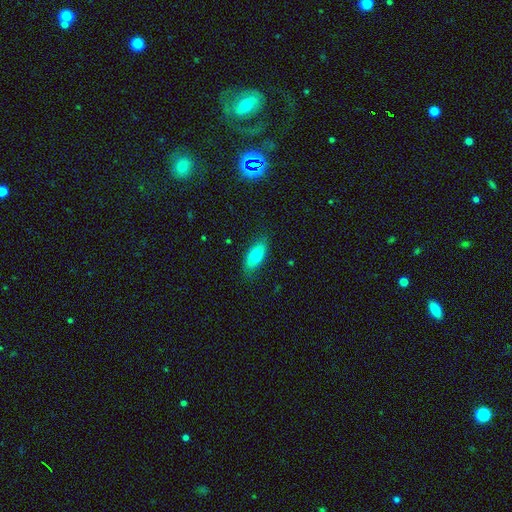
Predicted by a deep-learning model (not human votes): smooth 75%, featured or disk 18%, star or artifact 7%. Down the decision tree: how rounded — in between (81%); merging — none (82%).